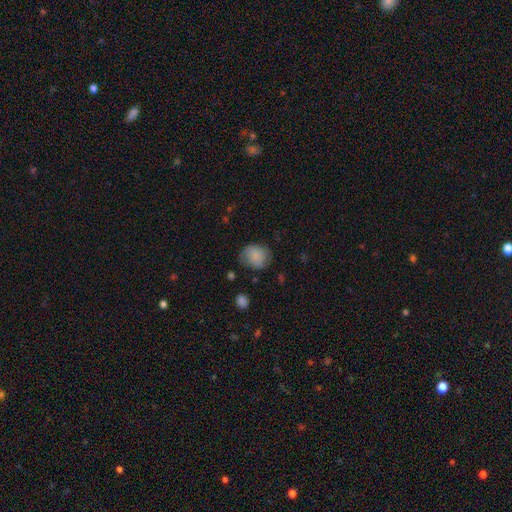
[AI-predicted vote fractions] This appears to be a smooth galaxy with no disk features (78%) that is round (65%). Merging: none (60%).